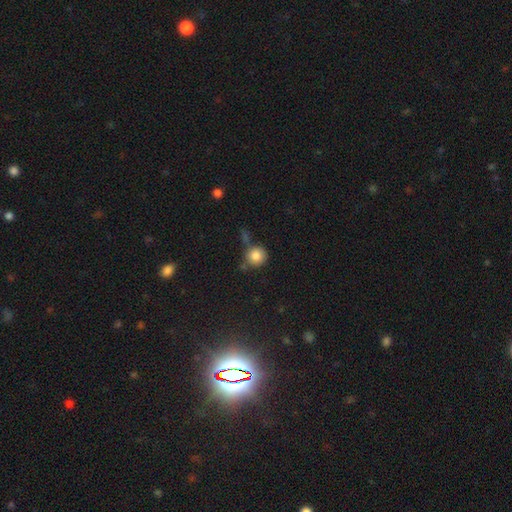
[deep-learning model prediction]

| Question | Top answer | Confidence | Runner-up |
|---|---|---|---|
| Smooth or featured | smooth | 83% | star or artifact (10%) |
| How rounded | round | 90% | in between (9%) |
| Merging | none | 64% | minor disturbance (15%) |